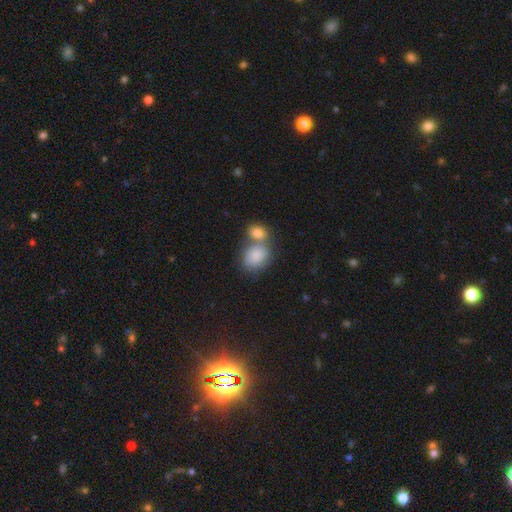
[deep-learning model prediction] Smooth or featured: smooth — 82% (featured or disk — 11%)
How rounded: in between — 59% (round — 40%)
Merging: merger — 52% (none — 32%)